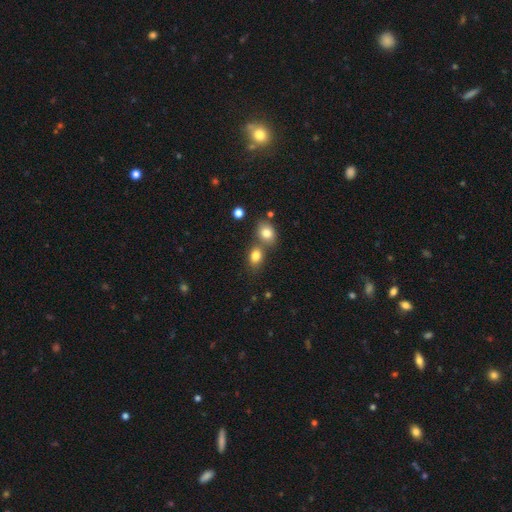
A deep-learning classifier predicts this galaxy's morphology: Smooth or featured?
  - smooth: 81% *
  - star or artifact: 11%
  - featured or disk: 8%
How rounded?
  - in between: 65% *
  - round: 33%
  - cigar-shaped: 1%
Merging?
  - none: 47% *
  - merger: 39%
  - minor disturbance: 10%
  - major disturbance: 3%